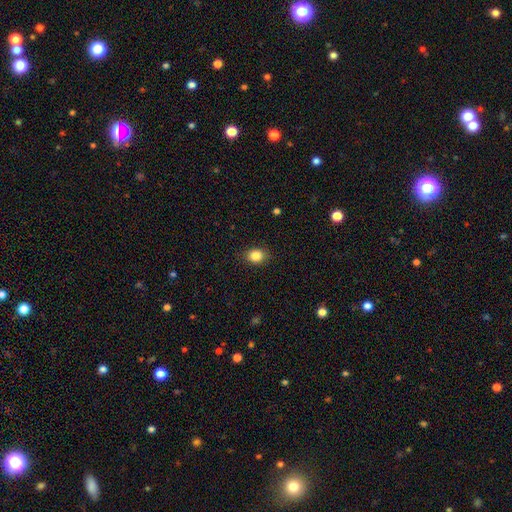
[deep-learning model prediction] A smooth galaxy with no disk features (86%) that is round (54%).

Vote fractions:
- Smooth or featured? smooth: 86% / star or artifact: 10% / featured or disk: 5%
- How rounded? round: 54% / in between: 45% / cigar-shaped: 1%
- Merging? none: 87% / minor disturbance: 10% / major disturbance: 3% / merger: 1%